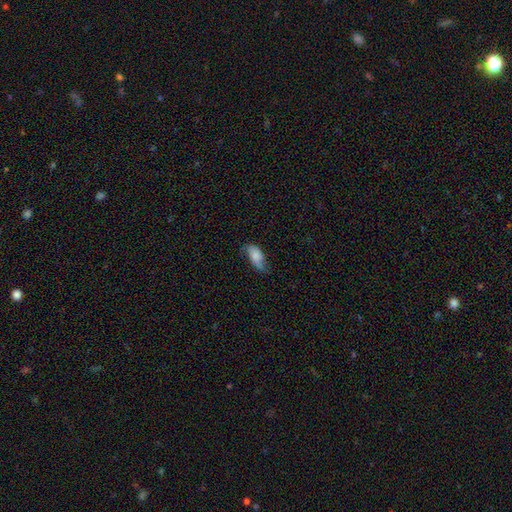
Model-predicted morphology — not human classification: A smooth galaxy with no disk features (71%) that is in between round and cigar-shaped (90%). Merging: none (53%).